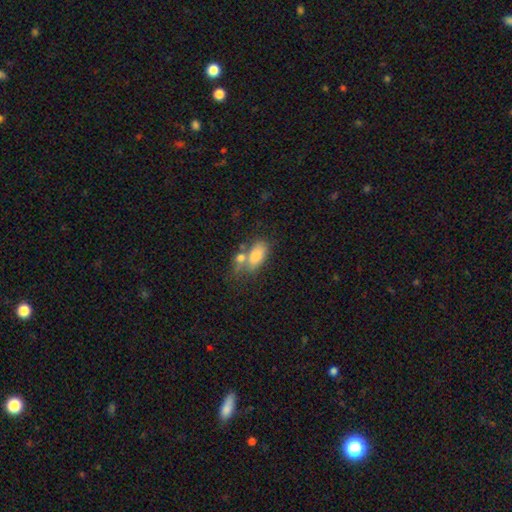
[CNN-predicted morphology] Smooth or featured? Predicted: smooth (p=0.78). How rounded? Predicted: in between (p=0.86). Merging? Predicted: none (p=0.41).